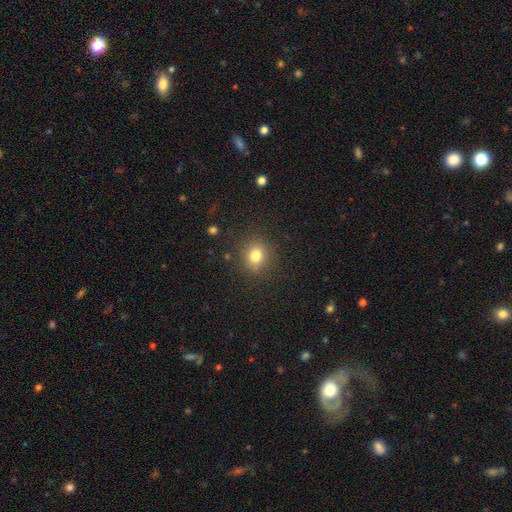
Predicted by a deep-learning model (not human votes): Morphology: type=smooth (79%); roundness=round (76%); merging=none (87%).